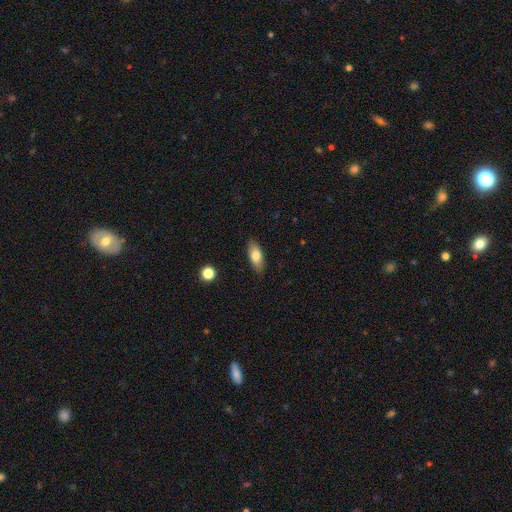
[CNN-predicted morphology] A smooth galaxy with no disk features (74%) that is in between round and cigar-shaped (80%).

Vote fractions:
- Smooth or featured? smooth: 74% / featured or disk: 18% / star or artifact: 7%
- How rounded? in between: 80% / cigar-shaped: 17% / round: 3%
- Merging? none: 86% / minor disturbance: 11% / major disturbance: 2% / merger: 1%